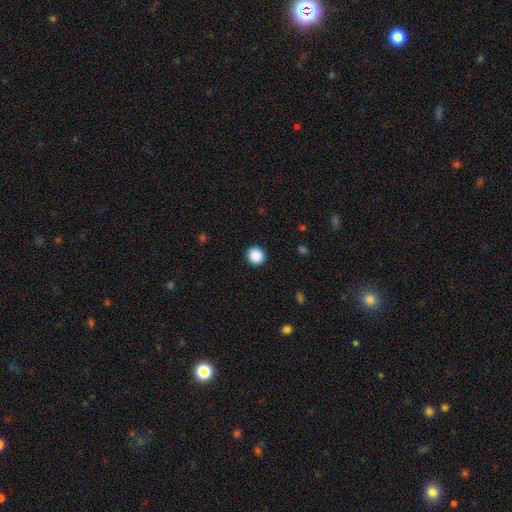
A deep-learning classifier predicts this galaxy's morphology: This is clearly a smooth galaxy (88%). How rounded: clearly round (93%). Merging: clearly none (92%).